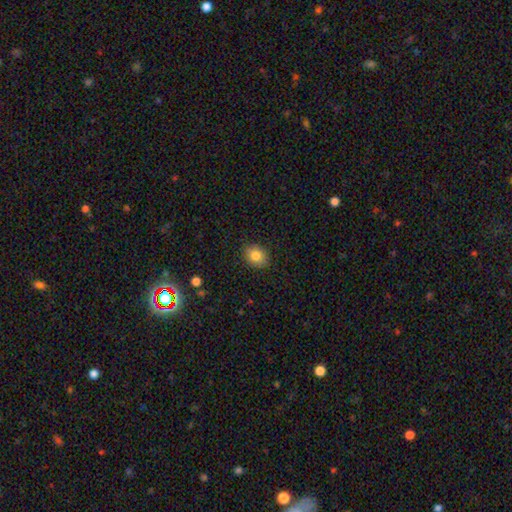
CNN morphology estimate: smooth 82%, star or artifact 10%, featured or disk 8%. Down the decision tree: how rounded — in between (51%); merging — none (88%).